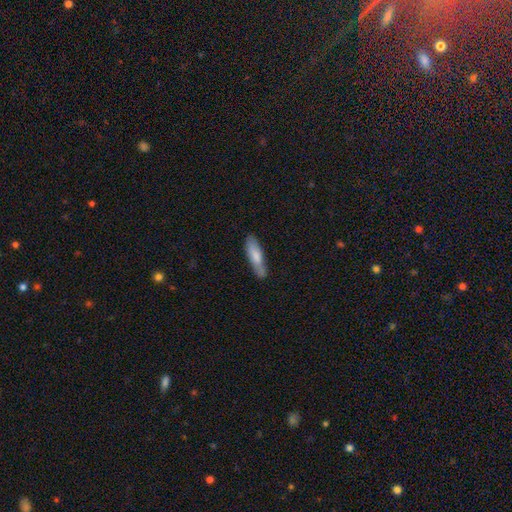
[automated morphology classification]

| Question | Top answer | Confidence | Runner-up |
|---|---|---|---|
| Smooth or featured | smooth | 74% | featured or disk (20%) |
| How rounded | cigar-shaped | 66% | in between (32%) |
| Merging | none | 74% | minor disturbance (20%) |